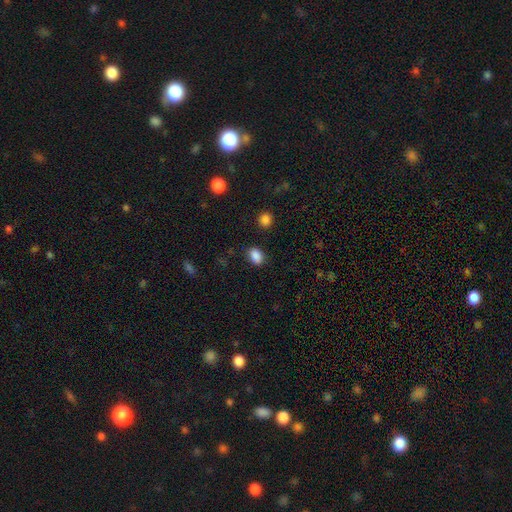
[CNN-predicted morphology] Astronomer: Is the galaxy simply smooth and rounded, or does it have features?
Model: smooth — 87%.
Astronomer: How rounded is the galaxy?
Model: in between — 79%.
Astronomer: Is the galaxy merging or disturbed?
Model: none — 83%.